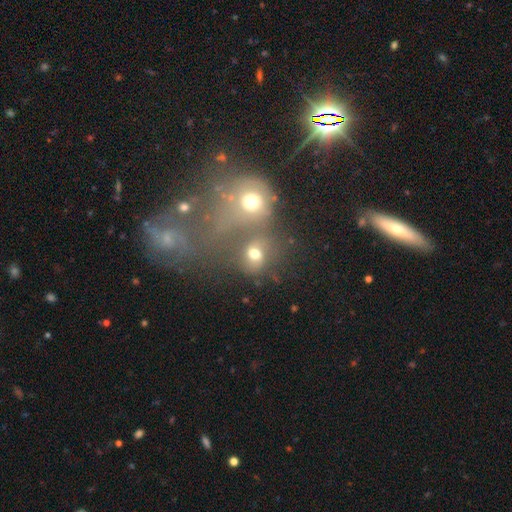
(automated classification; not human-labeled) A smooth galaxy with no disk features (39%).

Vote fractions:
- Smooth or featured? smooth: 39% / star or artifact: 38% / featured or disk: 23%
- Merging? merger: 46% / none: 34% / major disturbance: 11% / minor disturbance: 9%